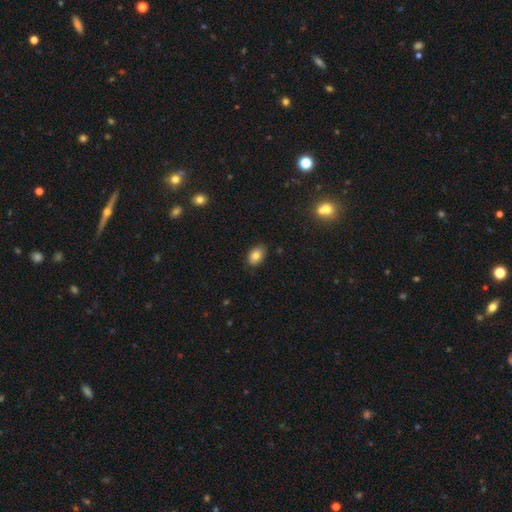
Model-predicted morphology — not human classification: Smooth or featured? Predicted: smooth (p=0.82). How rounded? Predicted: in between (p=0.85). Merging? Predicted: none (p=0.84).